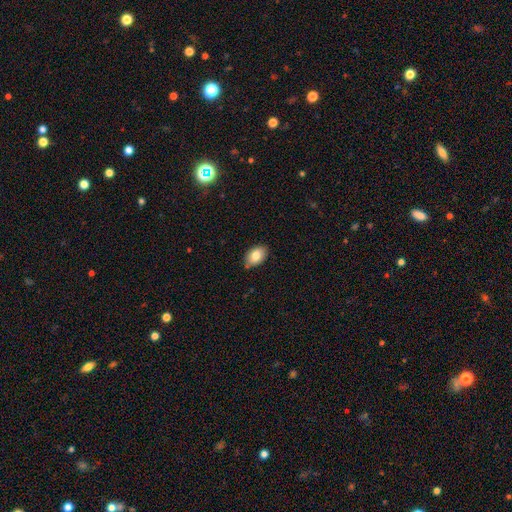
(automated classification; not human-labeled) Overall: smooth (82%). How rounded: in between (88%). Merging: none (82%).